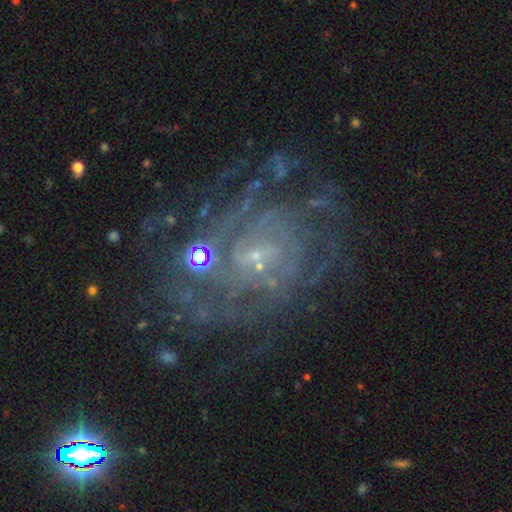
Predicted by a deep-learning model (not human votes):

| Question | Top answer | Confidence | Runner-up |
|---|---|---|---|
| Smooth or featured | featured or disk | 80% | star or artifact (13%) |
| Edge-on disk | no | 97% | yes (3%) |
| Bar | no | 60% | weak (32%) |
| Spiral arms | yes | 90% | no (10%) |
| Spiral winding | tight | 65% | medium (27%) |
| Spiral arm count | can't tell | 44% | 2 (13%) |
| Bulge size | small | 74% | moderate (15%) |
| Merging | none | 68% | minor disturbance (16%) |